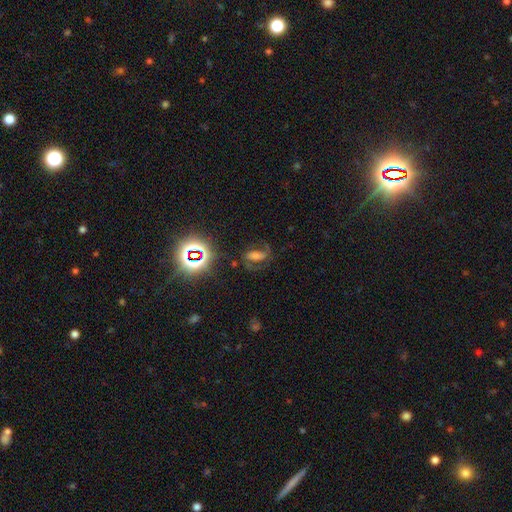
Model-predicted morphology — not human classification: A featured or disk galaxy (55%) with a strong bar (41%), spiral arms (88%) and a moderate central bulge (32%).

Vote fractions:
- Smooth or featured? featured or disk: 55% / star or artifact: 24% / smooth: 21%
- Edge-on disk? no: 94% / yes: 6%
- Bar? strong: 41% / weak: 31% / no: 28%
- Spiral arms? yes: 88% / no: 12%
- Bulge size? moderate: 32% / small: 25% / large: 20% / none: 17% / dominant: 6%
- Merging? none: 62% / major disturbance: 18% / minor disturbance: 17% / merger: 3%